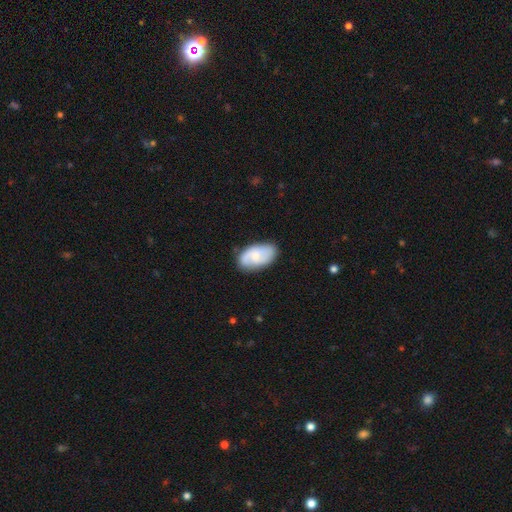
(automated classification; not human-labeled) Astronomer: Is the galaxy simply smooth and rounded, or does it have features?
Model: smooth — 49% (runner-up: featured or disk, 45%).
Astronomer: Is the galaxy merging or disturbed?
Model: none — 76%.